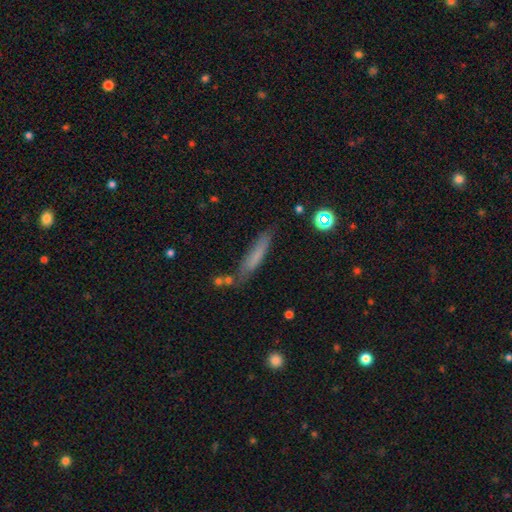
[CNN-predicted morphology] Smooth or featured?
  - smooth: 67% *
  - featured or disk: 24%
  - star or artifact: 9%
How rounded?
  - cigar-shaped: 89% *
  - in between: 9%
  - round: 2%
Merging?
  - none: 72% *
  - minor disturbance: 18%
  - merger: 5%
  - major disturbance: 5%